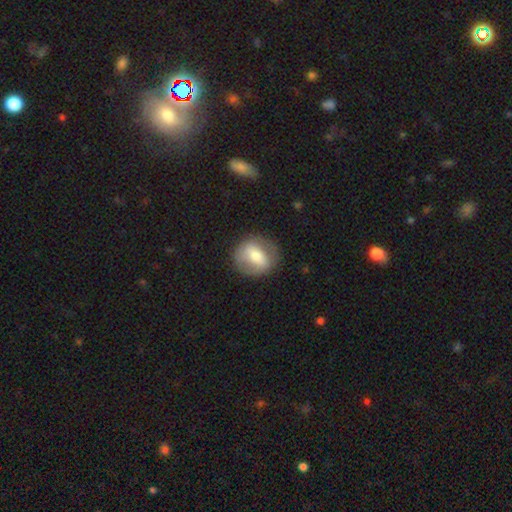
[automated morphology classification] Smooth or featured?
  - smooth: 50% *
  - featured or disk: 43%
  - star or artifact: 7%
Merging?
  - none: 81% *
  - minor disturbance: 13%
  - major disturbance: 5%
  - merger: 1%